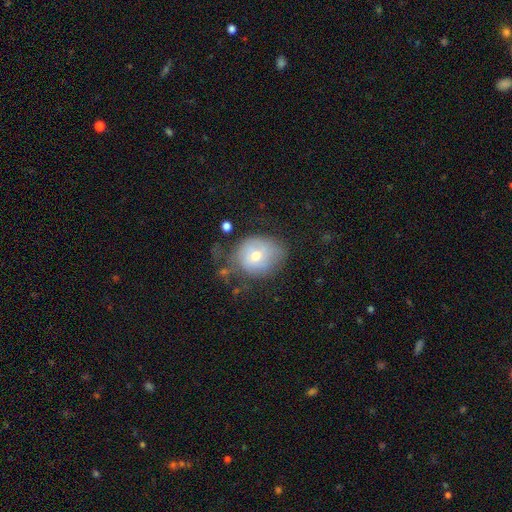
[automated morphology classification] type=smooth (61%); roundness=round (65%); merging=none (46%).